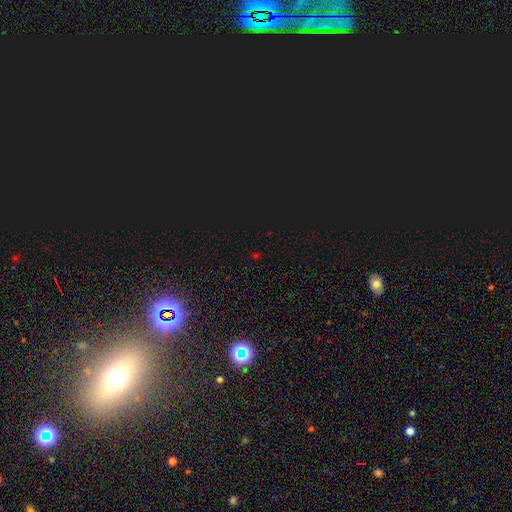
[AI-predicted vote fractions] smooth_or_featured: star or artifact (p=0.71) [alt: smooth p=0.22]